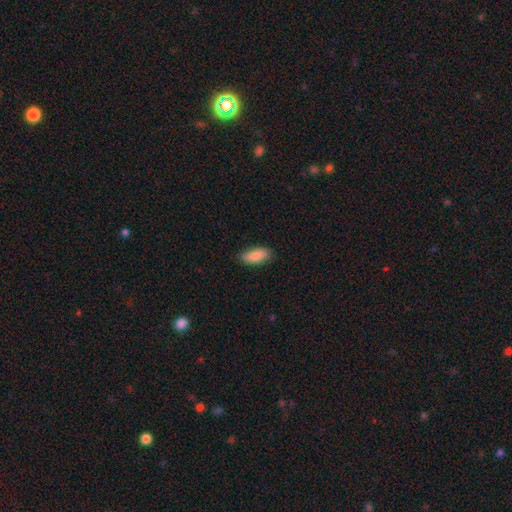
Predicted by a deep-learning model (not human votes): Q: Smooth or featured?
A: smooth (86%); runner-up: featured or disk (8%)
Q: How rounded?
A: in between (87%); runner-up: cigar-shaped (11%)
Q: Merging?
A: none (83%); runner-up: minor disturbance (13%)